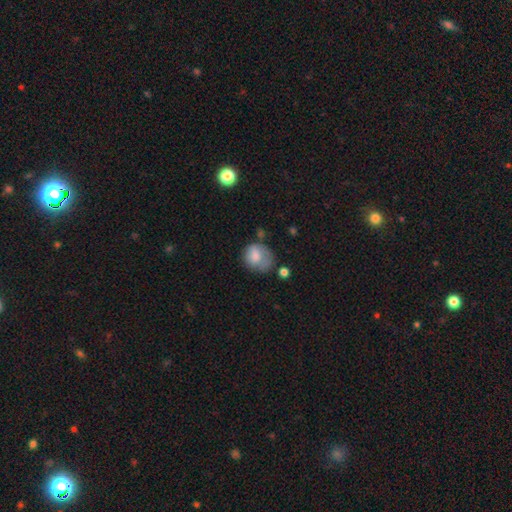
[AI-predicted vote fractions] This appears to be a smooth galaxy with no disk features (74%) that is round (60%). Merging: none (41%).